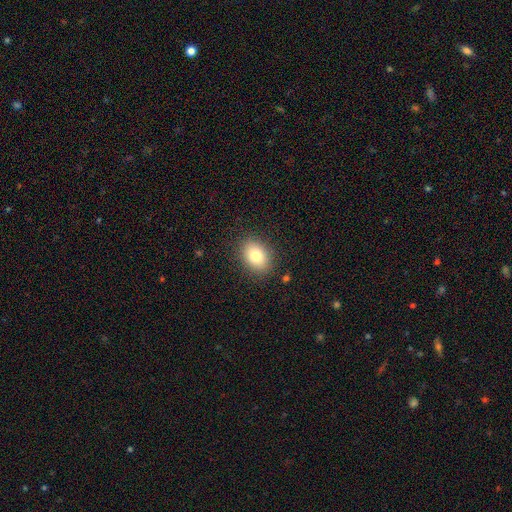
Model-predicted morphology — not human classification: A smooth galaxy with no disk features (80%) that is in between round and cigar-shaped (72%).

Vote fractions:
- Smooth or featured? smooth: 80% / featured or disk: 10% / star or artifact: 9%
- How rounded? in between: 72% / round: 27% / cigar-shaped: 1%
- Merging? none: 86% / minor disturbance: 10% / major disturbance: 3% / merger: 1%